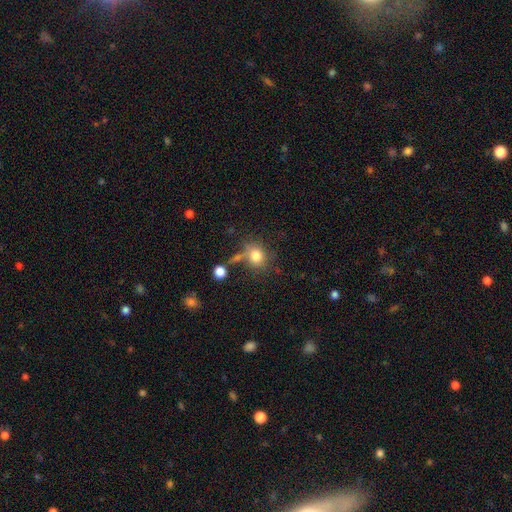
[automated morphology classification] type=smooth (79%); roundness=round (68%); merging=none (58%).